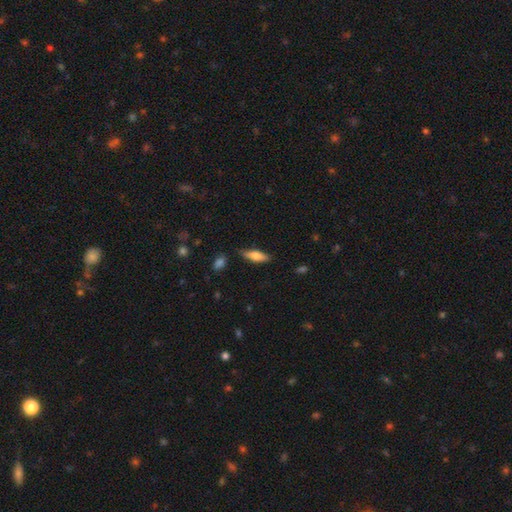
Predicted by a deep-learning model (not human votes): smooth-or-featured: smooth: 67% | featured or disk: 26% | star or artifact: 6%
  how-rounded: in between: 52% | cigar-shaped: 46% | round: 2%
  merging: none: 79% | minor disturbance: 16% | major disturbance: 3% | merger: 2%